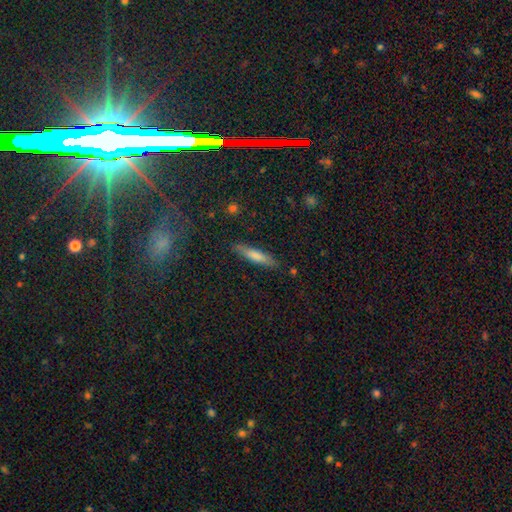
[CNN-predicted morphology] Smooth or featured?
  - smooth: 72% *
  - featured or disk: 21%
  - star or artifact: 7%
How rounded?
  - cigar-shaped: 82% *
  - in between: 16%
  - round: 2%
Merging?
  - none: 85% *
  - minor disturbance: 11%
  - major disturbance: 2%
  - merger: 1%